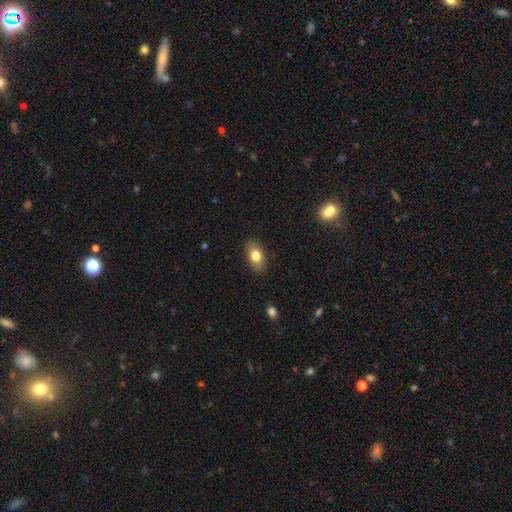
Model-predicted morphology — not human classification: smooth_or_featured: smooth (p=0.79) [alt: featured or disk p=0.13]
how_rounded: in between (p=0.87) [alt: round p=0.09]
merging: none (p=0.86) [alt: minor disturbance p=0.10]